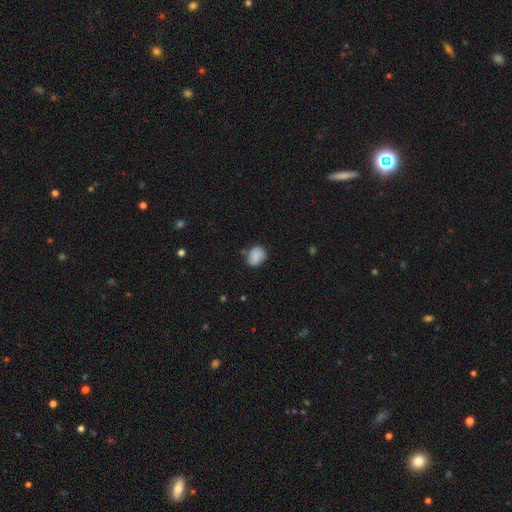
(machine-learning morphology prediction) Smooth or featured: smooth — 83% (featured or disk — 9%)
How rounded: in between — 52% (round — 47%)
Merging: none — 65% (minor disturbance — 25%)